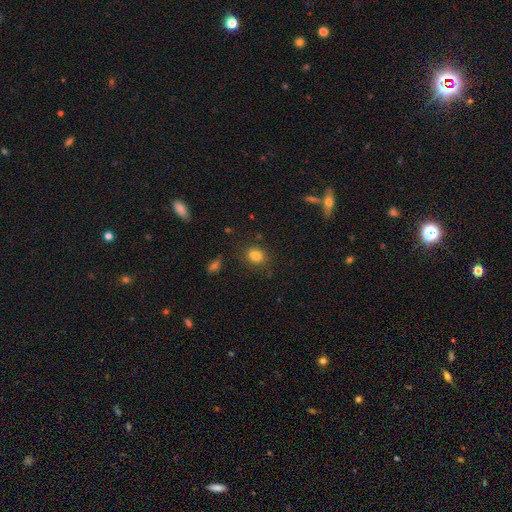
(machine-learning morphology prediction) Q: Smooth or featured?
A: smooth (81%); runner-up: star or artifact (12%)
Q: How rounded?
A: round (50%); runner-up: in between (49%)
Q: Merging?
A: none (83%); runner-up: minor disturbance (12%)